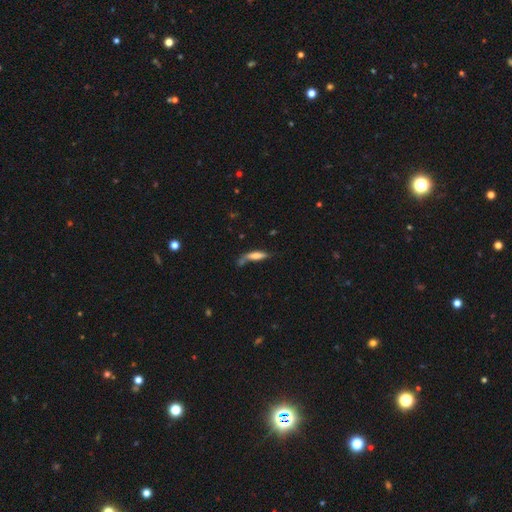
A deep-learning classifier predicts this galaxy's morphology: This appears to be a smooth galaxy with no disk features (63%) that is cigar-shaped (68%). Merging: none (46%).